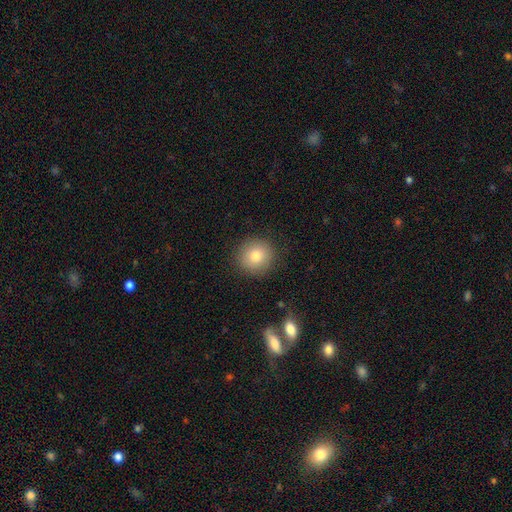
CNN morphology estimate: Overall: smooth (79%). How rounded: round (91%). Merging: none (89%).